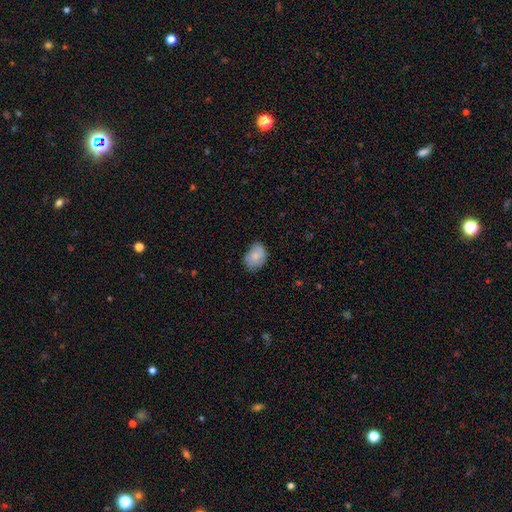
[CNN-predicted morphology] Smooth or featured? smooth (77%)
How rounded? in between (70%)
Merging? none (66%)